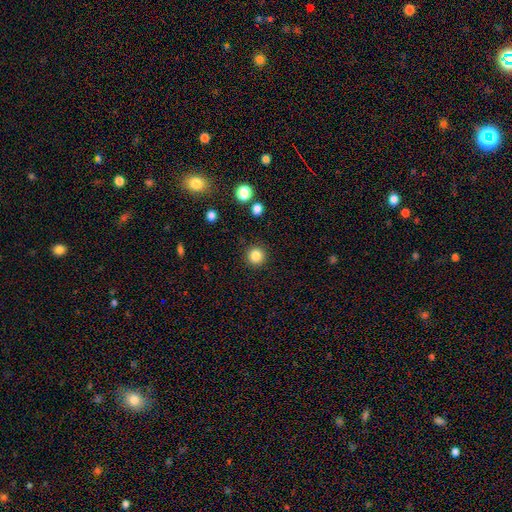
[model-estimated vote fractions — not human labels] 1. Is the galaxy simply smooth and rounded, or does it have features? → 85% smooth, 11% star or artifact, 5% featured or disk.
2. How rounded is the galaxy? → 95% round, 4% in between, 1% cigar-shaped.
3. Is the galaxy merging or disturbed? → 91% none, 5% minor disturbance, 2% major disturbance, 1% merger.